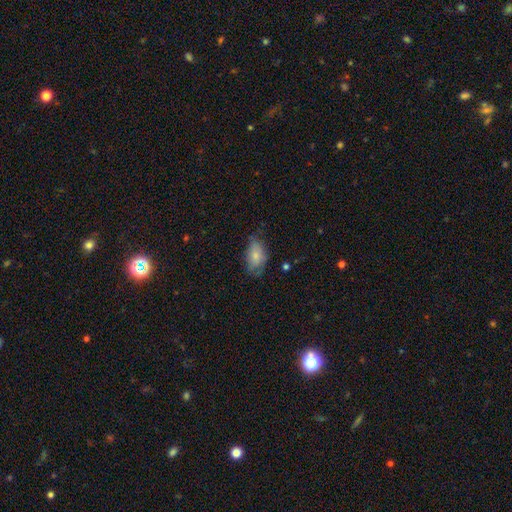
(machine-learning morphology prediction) This is likely a smooth galaxy (76%). How rounded: clearly in between (90%). Merging: possibly none (52%).